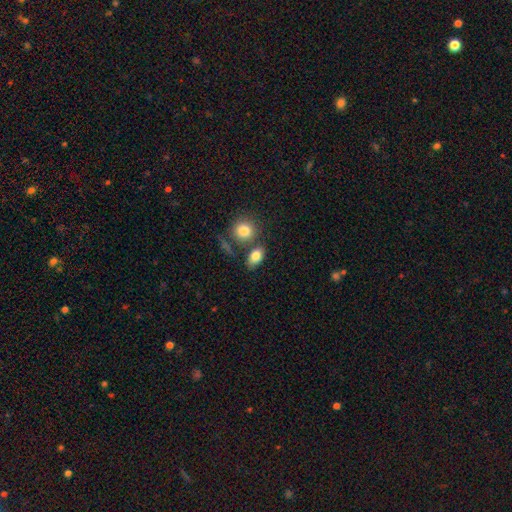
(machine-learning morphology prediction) Q: Smooth or featured?
A: smooth (82%); runner-up: featured or disk (10%)
Q: How rounded?
A: in between (80%); runner-up: round (17%)
Q: Merging?
A: none (62%); runner-up: merger (21%)